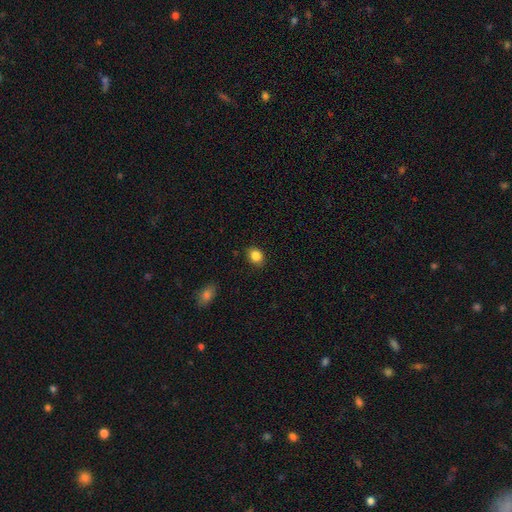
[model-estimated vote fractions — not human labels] This is clearly a smooth galaxy (85%). How rounded: possibly round (53%). Merging: clearly none (88%).